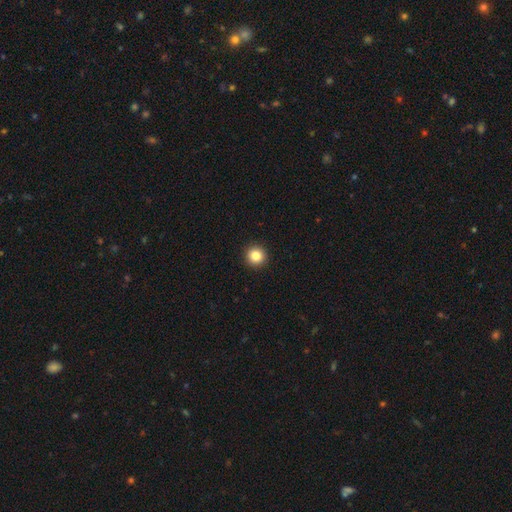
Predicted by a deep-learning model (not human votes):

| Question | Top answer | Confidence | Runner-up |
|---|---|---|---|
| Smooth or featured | smooth | 85% | star or artifact (10%) |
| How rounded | round | 95% | in between (4%) |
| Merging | none | 93% | minor disturbance (4%) |